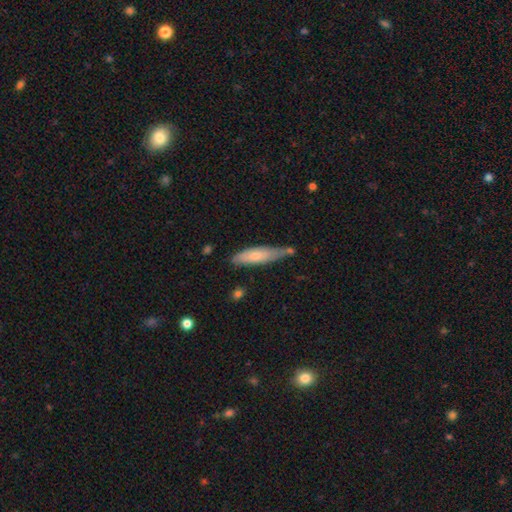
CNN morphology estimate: The model was most divided on "merging": none: 55%, minor disturbance: 29%, merger: 9%, major disturbance: 6%. More confident: how rounded — cigar-shaped (71%); smooth or featured — smooth (67%).